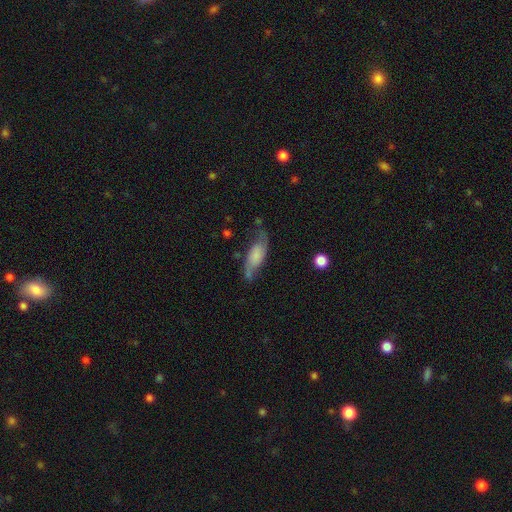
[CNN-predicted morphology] Smooth or featured: featured or disk — 55% (smooth — 38%)
Edge-on disk: no — 85% (yes — 15%)
Merging: none — 61% (minor disturbance — 25%)